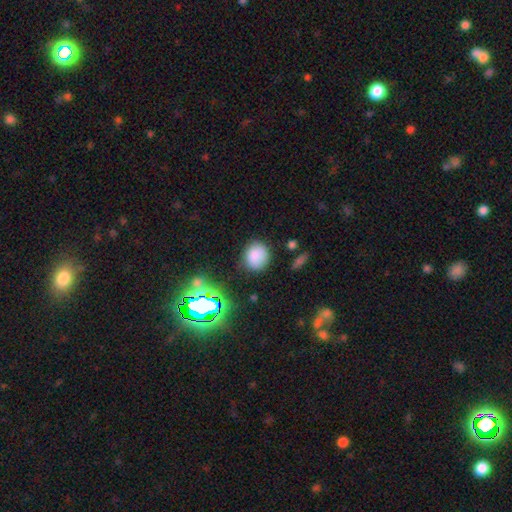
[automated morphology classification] This is clearly a smooth galaxy (80%). How rounded: likely round (72%). Merging: likely none (79%).